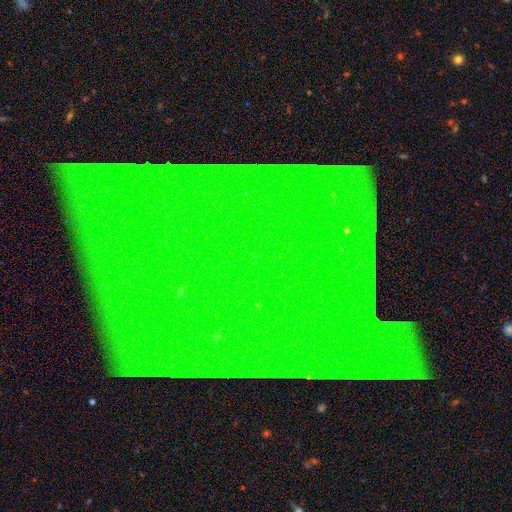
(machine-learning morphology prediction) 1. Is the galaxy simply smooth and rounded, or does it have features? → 84% star or artifact, 8% featured or disk, 7% smooth.